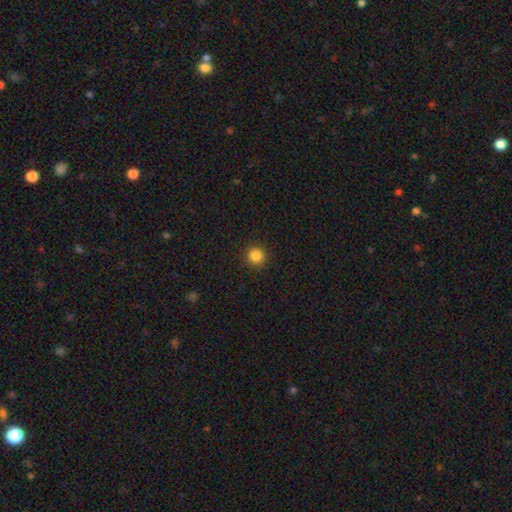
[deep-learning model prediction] smooth_or_featured: smooth (p=0.85) [alt: star or artifact p=0.11]
how_rounded: round (p=0.95) [alt: in between p=0.04]
merging: none (p=0.92) [alt: minor disturbance p=0.05]